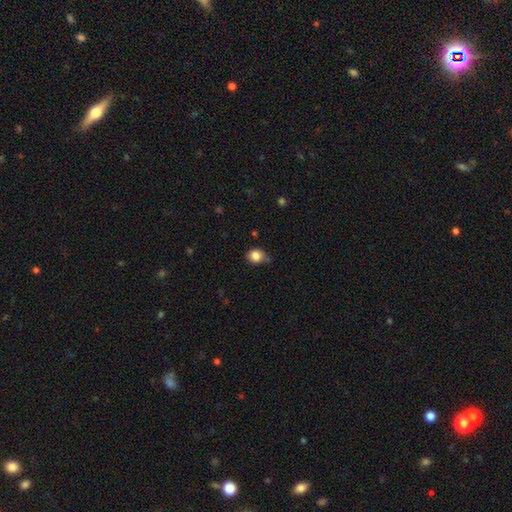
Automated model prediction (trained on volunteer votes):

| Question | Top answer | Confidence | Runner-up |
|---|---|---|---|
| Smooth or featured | smooth | 84% | star or artifact (10%) |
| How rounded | round | 70% | in between (29%) |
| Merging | none | 65% | minor disturbance (25%) |